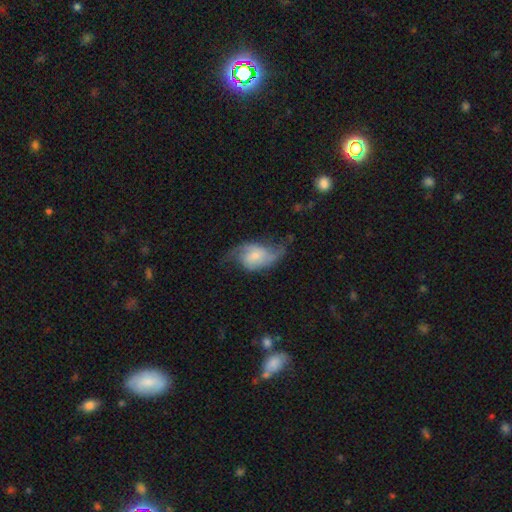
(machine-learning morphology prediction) This is likely a featured or disk galaxy (75%). It is clearly not viewed edge-on (97%). Bar: possibly no (55%). Spiral arm pattern: clearly yes (93%). Spiral arm count: clearly 2 (88%). Spiral winding: possibly loose (54%). Central bulge: possibly small (51%). Merging: possibly none (54%).